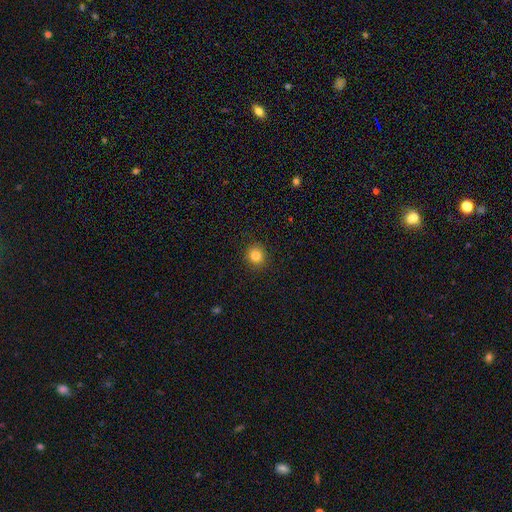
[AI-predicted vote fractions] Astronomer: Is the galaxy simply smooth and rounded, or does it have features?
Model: smooth — 83%.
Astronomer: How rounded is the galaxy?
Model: round — 89%.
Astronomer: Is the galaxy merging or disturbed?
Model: none — 91%.